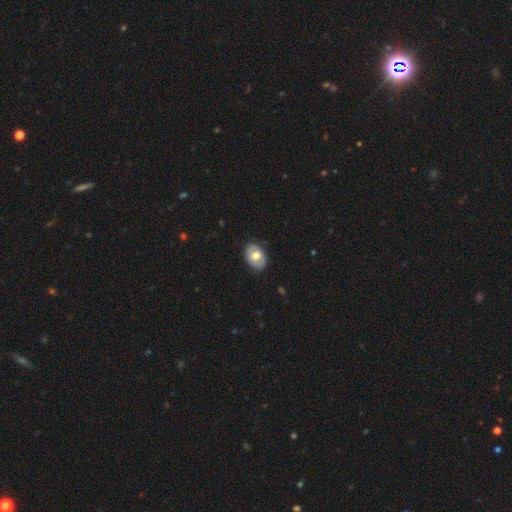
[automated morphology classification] This appears to be a smooth galaxy with no disk features (68%) that is in between round and cigar-shaped (82%). Merging: none (84%).